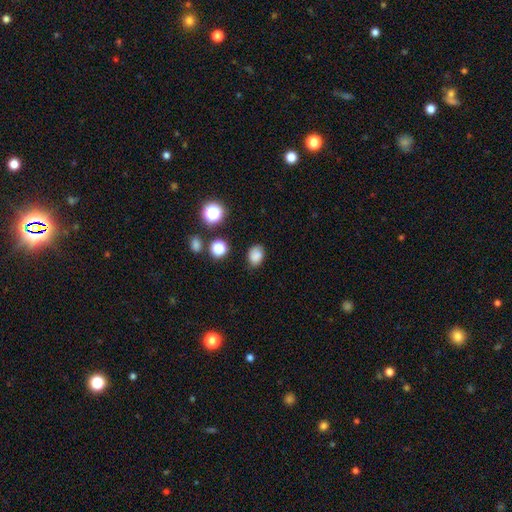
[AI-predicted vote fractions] Smooth or featured?
  - smooth: 82% *
  - star or artifact: 13%
  - featured or disk: 6%
How rounded?
  - in between: 68% *
  - round: 31%
  - cigar-shaped: 1%
Merging?
  - none: 76% *
  - minor disturbance: 17%
  - major disturbance: 4%
  - merger: 3%